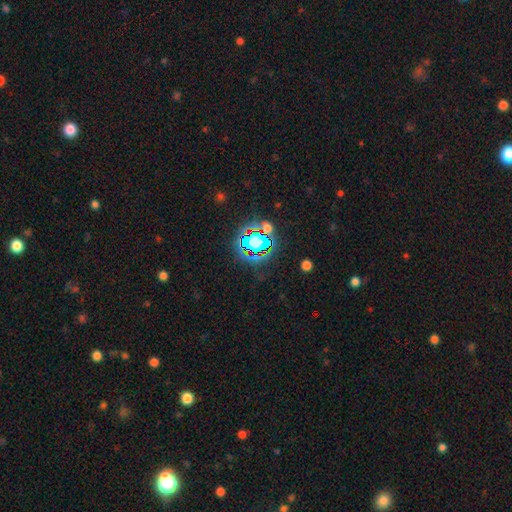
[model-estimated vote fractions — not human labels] Q: Smooth or featured?
A: star or artifact (80%); runner-up: smooth (12%)